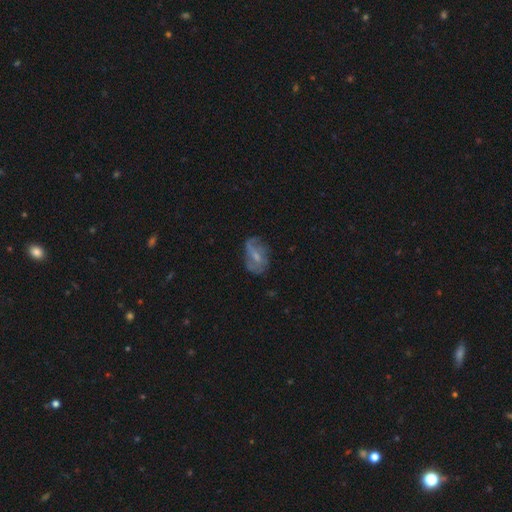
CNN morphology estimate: The model was most divided on "bulge size": small: 44%, moderate: 37%, none: 15%, large: 3%, dominant: 1%. Remaining: edge-on disk — no (95%); spiral arms — yes (69%); smooth or featured — featured or disk (58%); merging — none (49%); bar — weak (47%).